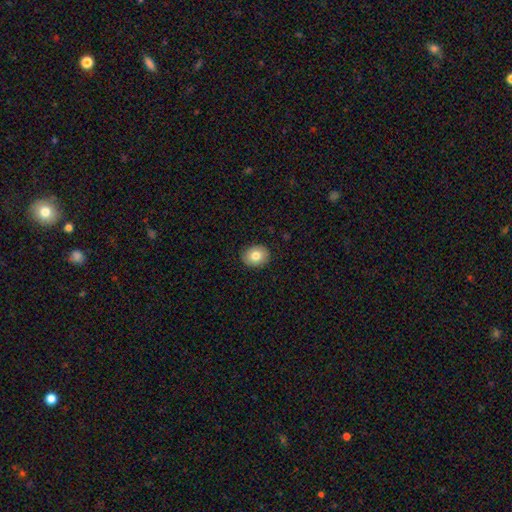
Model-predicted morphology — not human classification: Smooth or featured: smooth — 80% (featured or disk — 12%)
How rounded: round — 56% (in between — 43%)
Merging: none — 89% (minor disturbance — 8%)